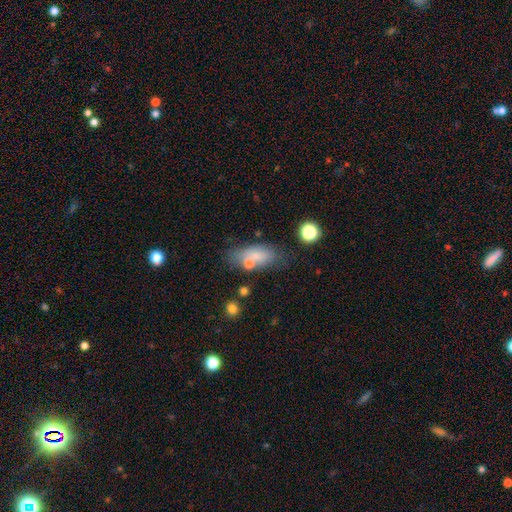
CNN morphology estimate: Q: Smooth or featured?
A: smooth (70%); runner-up: featured or disk (19%)
Q: How rounded?
A: in between (80%); runner-up: cigar-shaped (14%)
Q: Merging?
A: none (61%); runner-up: minor disturbance (18%)